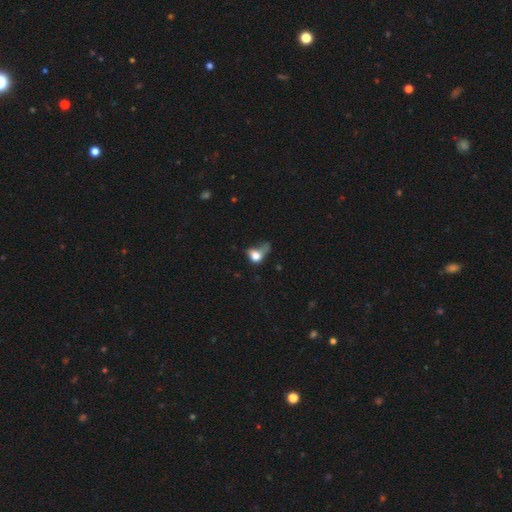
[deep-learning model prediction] smooth-or-featured: smooth: 69% | featured or disk: 18% | star or artifact: 13%
  how-rounded: in between: 51% | round: 46% | cigar-shaped: 3%
  merging: major disturbance: 46% | minor disturbance: 23% | none: 20% | merger: 11%